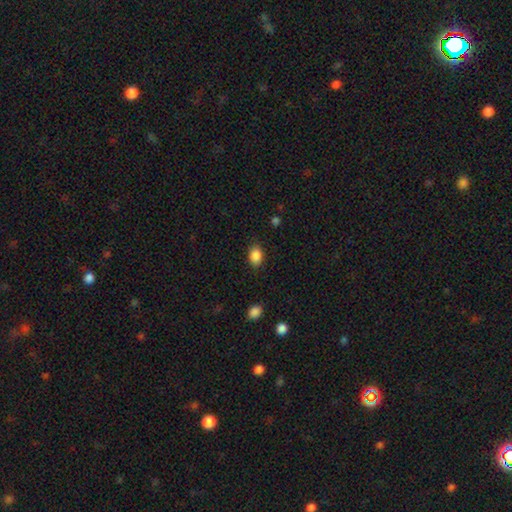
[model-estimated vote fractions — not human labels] This is clearly a smooth galaxy (88%). How rounded: likely in between (78%). Merging: clearly none (85%).